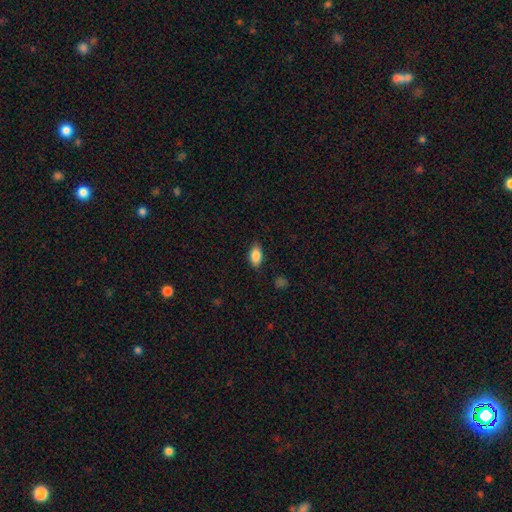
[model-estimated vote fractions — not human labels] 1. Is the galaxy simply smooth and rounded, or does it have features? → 85% smooth, 8% star or artifact, 7% featured or disk.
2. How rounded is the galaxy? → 89% in between, 7% round, 4% cigar-shaped.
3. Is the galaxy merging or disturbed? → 82% none, 14% minor disturbance, 3% major disturbance, 1% merger.